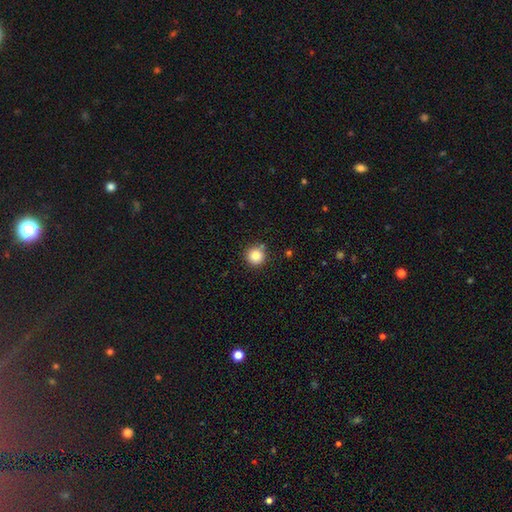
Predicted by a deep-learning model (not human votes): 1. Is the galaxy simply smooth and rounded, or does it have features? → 86% smooth, 10% star or artifact, 4% featured or disk.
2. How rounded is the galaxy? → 95% round, 4% in between, 1% cigar-shaped.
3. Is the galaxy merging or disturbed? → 85% none, 9% minor disturbance, 3% merger, 3% major disturbance.